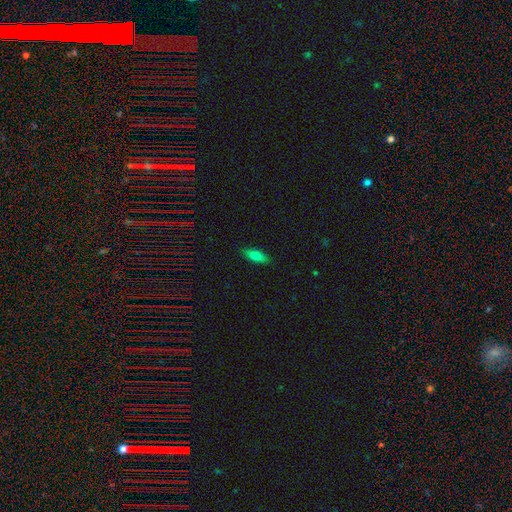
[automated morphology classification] This is likely a smooth galaxy (76%). How rounded: likely in between (72%). Merging: clearly none (88%).